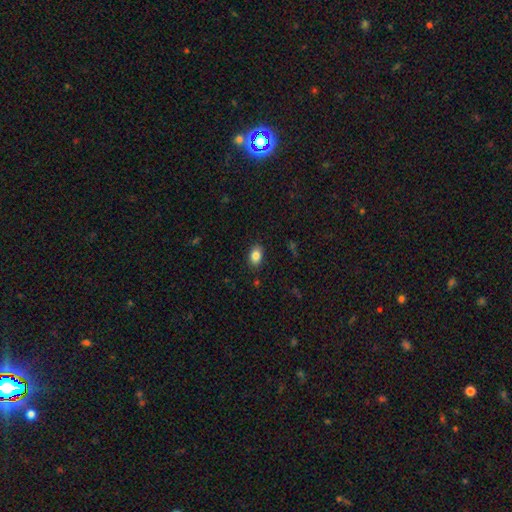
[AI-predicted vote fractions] smooth 85%, star or artifact 9%, featured or disk 6%. Down the decision tree: how rounded — in between (86%); merging — none (86%).